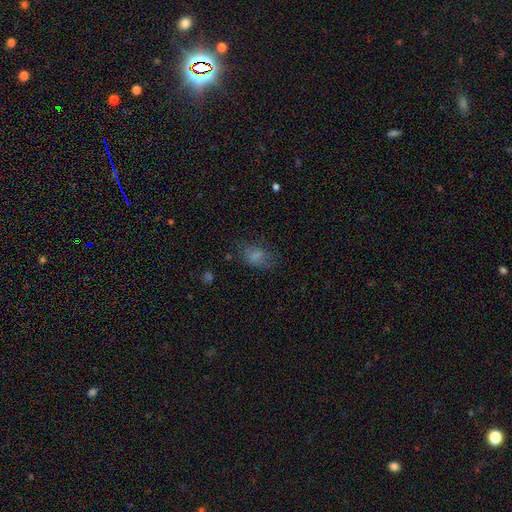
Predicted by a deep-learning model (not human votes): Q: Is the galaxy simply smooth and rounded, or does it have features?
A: smooth — 73%.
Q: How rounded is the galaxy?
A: in between — 85%.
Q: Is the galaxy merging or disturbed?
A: none — 60%.